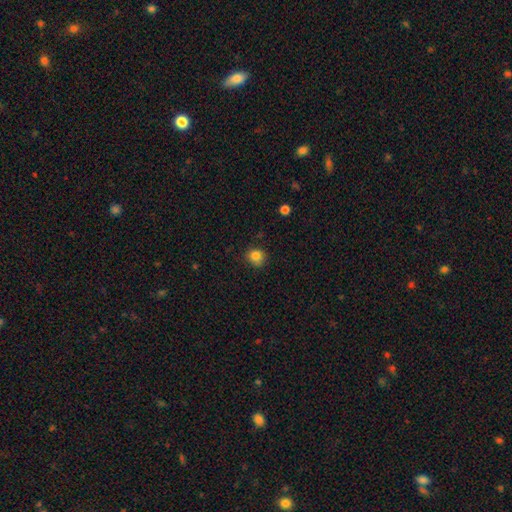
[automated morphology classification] Overall: smooth (83%). How rounded: round (83%). Merging: none (78%).